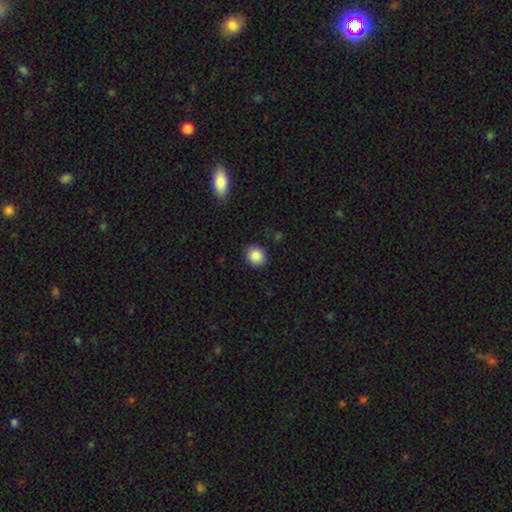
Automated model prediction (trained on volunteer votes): The model was most divided on "how rounded": round: 80%, in between: 19%, cigar-shaped: 1%. More confident: merging — none (89%); smooth or featured — smooth (87%).